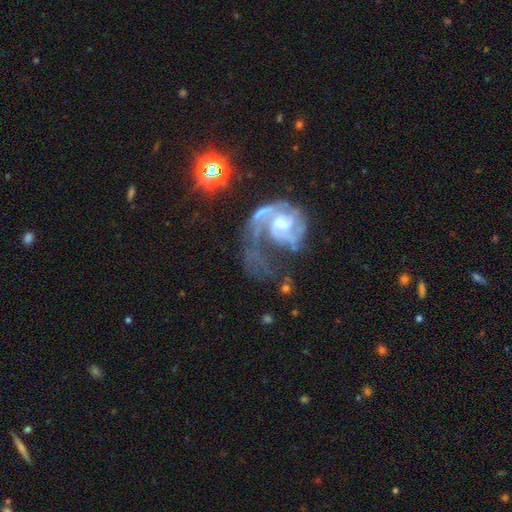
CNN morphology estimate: Smooth or featured?
  - featured or disk: 80% *
  - smooth: 11%
  - star or artifact: 10%
Edge-on disk?
  - no: 97% *
  - yes: 3%
Bar?
  - no: 63% *
  - weak: 29%
  - strong: 9%
Spiral arms?
  - yes: 87% *
  - no: 13%
Spiral winding?
  - medium: 41% *
  - loose: 32%
  - tight: 28%
Spiral arm count?
  - 1: 52% *
  - 2: 30%
  - can't tell: 10%
  - 3: 4%
  - 4: 2%
  - more than 4: 2%
Bulge size?
  - moderate: 50% *
  - small: 34%
  - large: 8%
  - none: 5%
  - dominant: 2%
Merging?
  - major disturbance: 44% *
  - none: 27%
  - merger: 16%
  - minor disturbance: 13%